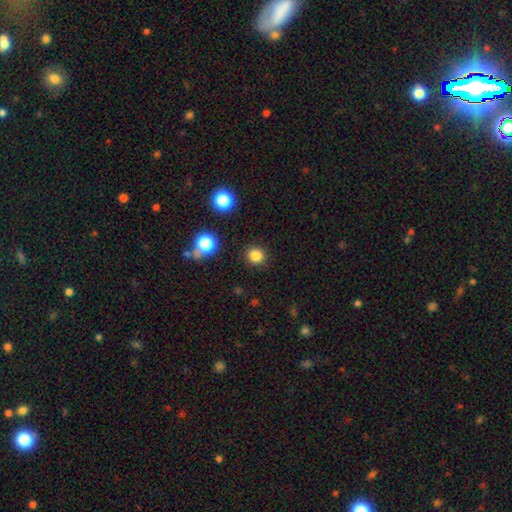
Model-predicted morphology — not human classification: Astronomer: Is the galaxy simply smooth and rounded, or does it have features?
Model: smooth — 82%.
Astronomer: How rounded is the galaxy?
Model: round — 90%.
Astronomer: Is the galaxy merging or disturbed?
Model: none — 90%.